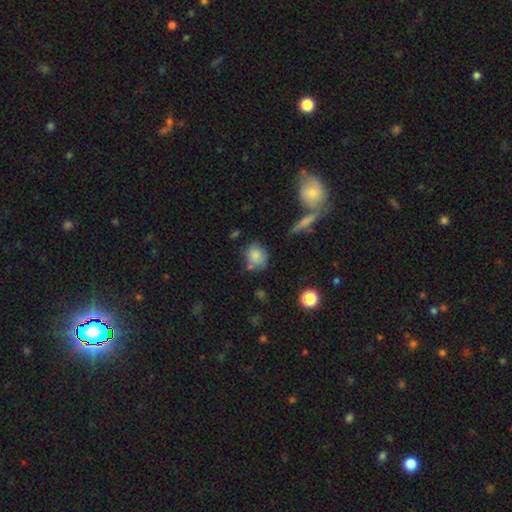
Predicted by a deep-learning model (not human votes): This appears to be a smooth galaxy with no disk features (79%) that is round (58%). Merging: none (60%).